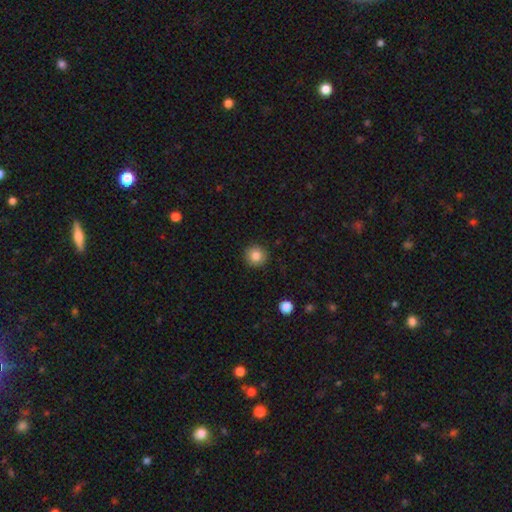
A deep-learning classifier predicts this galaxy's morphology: type=smooth (85%); roundness=round (95%); merging=none (92%).